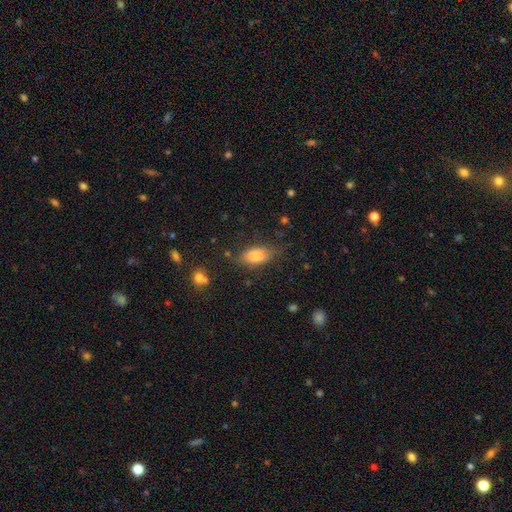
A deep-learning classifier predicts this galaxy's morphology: type=smooth (77%); roundness=in between (86%); merging=none (69%).